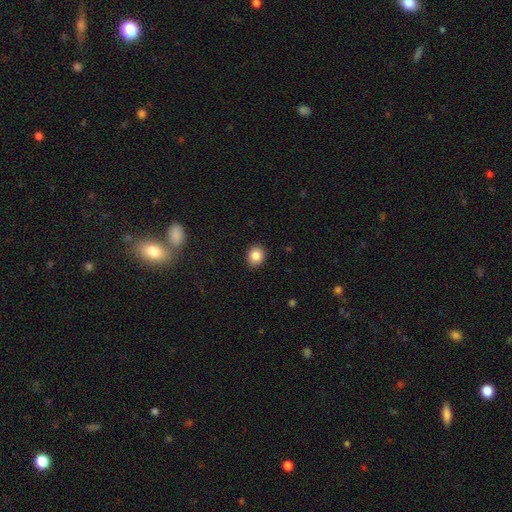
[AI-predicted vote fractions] A smooth galaxy with no disk features (85%) that is round (72%). Merging: none (91%).